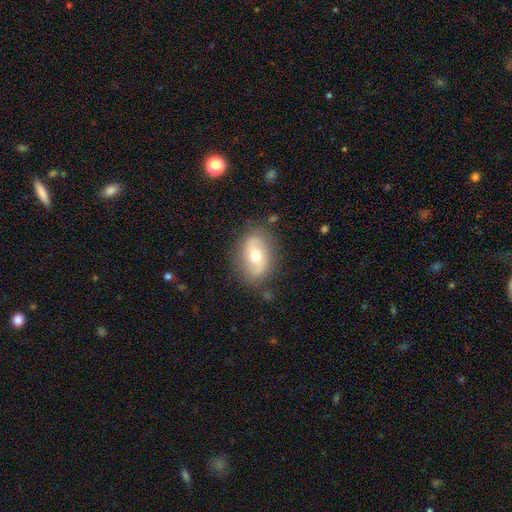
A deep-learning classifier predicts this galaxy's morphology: A featured or disk galaxy (53%). Merging: none (79%).